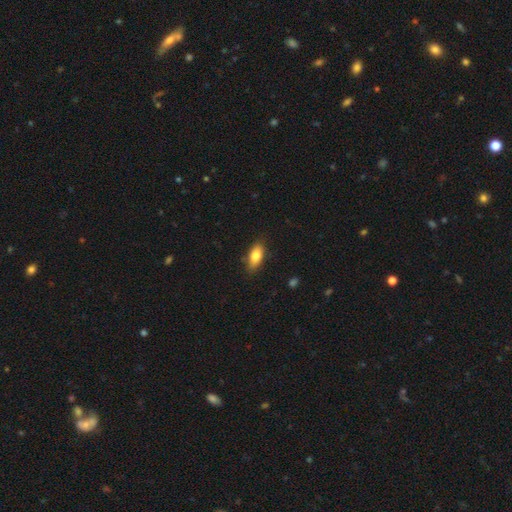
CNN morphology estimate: Smooth or featured: smooth — 81% (featured or disk — 12%)
How rounded: in between — 85% (cigar-shaped — 11%)
Merging: none — 83% (minor disturbance — 13%)